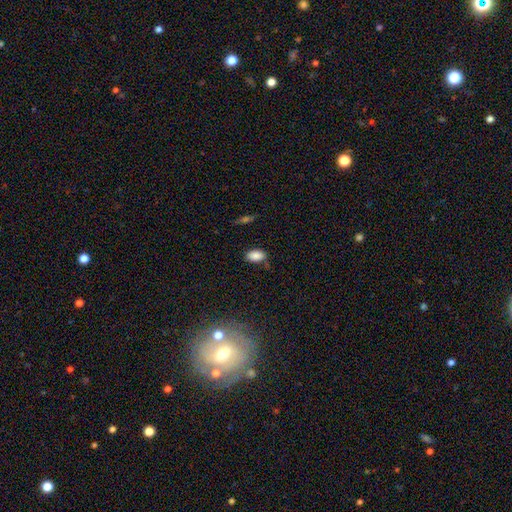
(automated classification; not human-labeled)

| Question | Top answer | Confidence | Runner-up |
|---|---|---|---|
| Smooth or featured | smooth | 86% | star or artifact (9%) |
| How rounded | in between | 92% | round (5%) |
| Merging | none | 68% | minor disturbance (23%) |